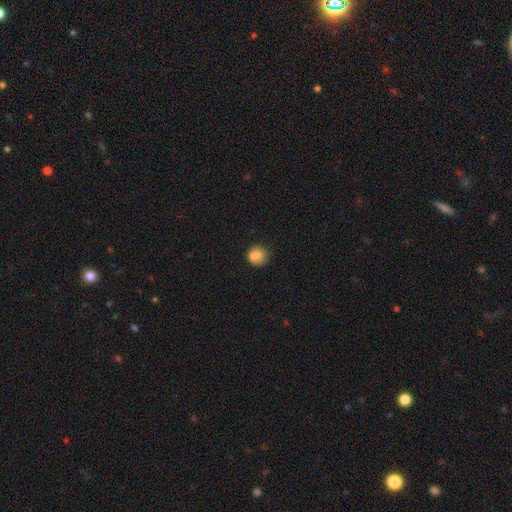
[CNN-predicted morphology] Smooth or featured? Predicted: smooth (p=0.80). How rounded? Predicted: round (p=0.86). Merging? Predicted: none (p=0.66).